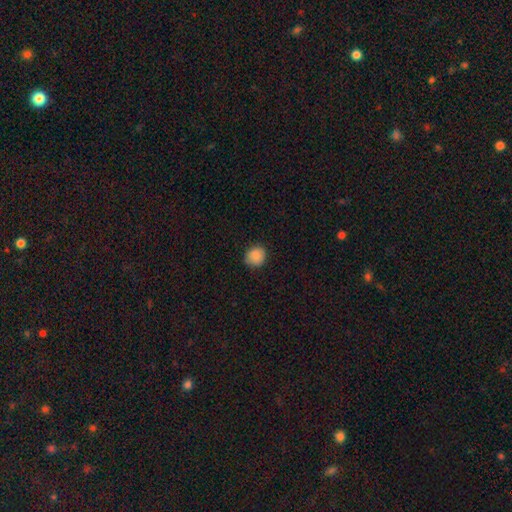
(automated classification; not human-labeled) smooth 88%, star or artifact 9%, featured or disk 4%. Down the decision tree: how rounded — round (83%); merging — none (86%).